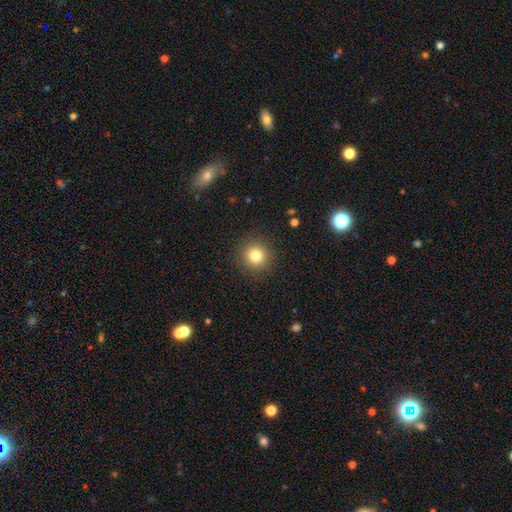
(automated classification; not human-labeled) Morphology: type=smooth (80%); roundness=round (94%); merging=none (90%).